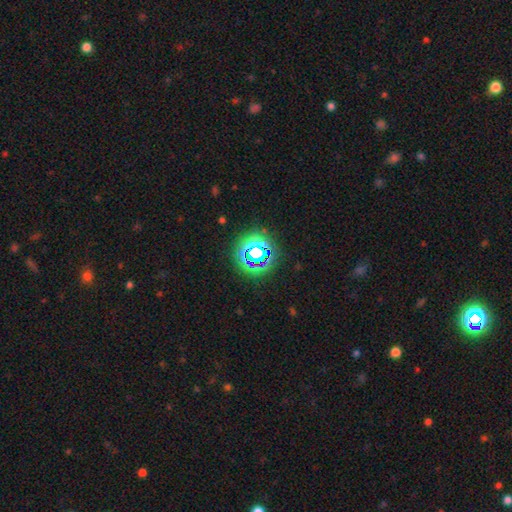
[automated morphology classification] Smooth or featured?
  - star or artifact: 63% *
  - smooth: 25%
  - featured or disk: 13%